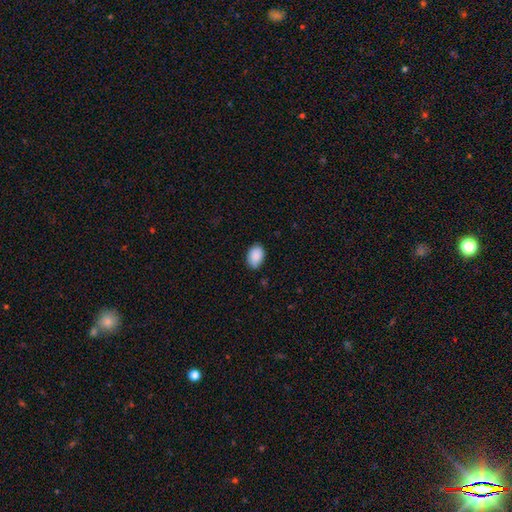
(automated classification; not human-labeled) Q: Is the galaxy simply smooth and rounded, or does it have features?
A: smooth — 90%.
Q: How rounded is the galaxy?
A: in between — 85%.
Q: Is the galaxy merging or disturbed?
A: none — 81%.